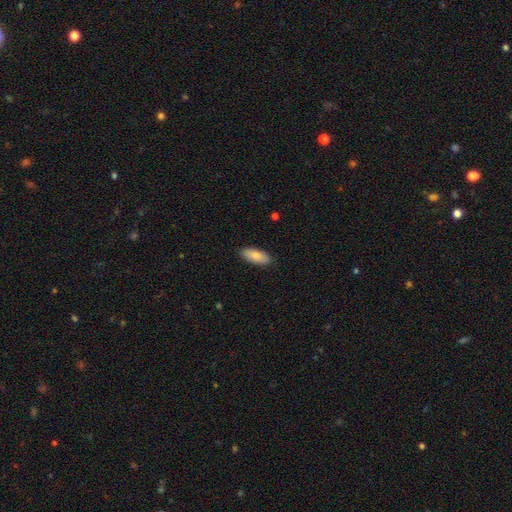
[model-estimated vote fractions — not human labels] This appears to be a smooth galaxy with no disk features (86%) that is in between round and cigar-shaped (83%). Merging: none (88%).